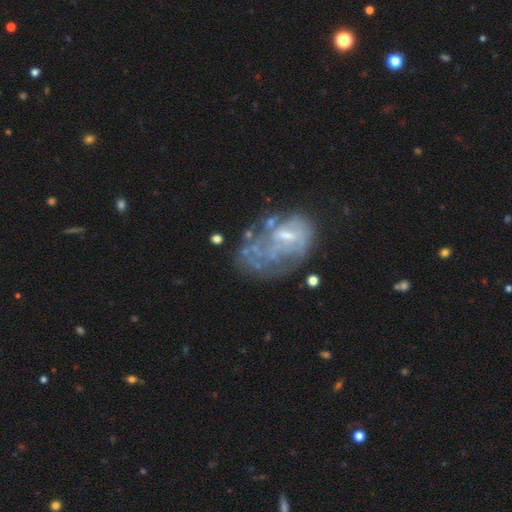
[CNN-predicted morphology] Smooth or featured? featured or disk (67%)
Edge-on disk? no (97%)
Bar? no (59%)
Spiral arms? no (67%)
Bulge size? small (41%)
Merging? major disturbance (36%)